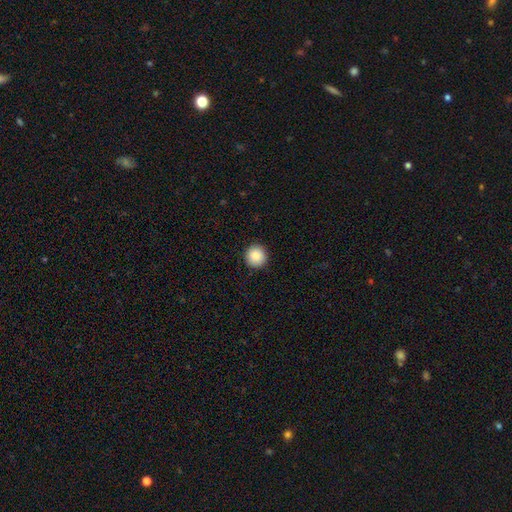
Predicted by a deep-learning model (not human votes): Overall: smooth (87%). How rounded: round (95%). Merging: none (92%).